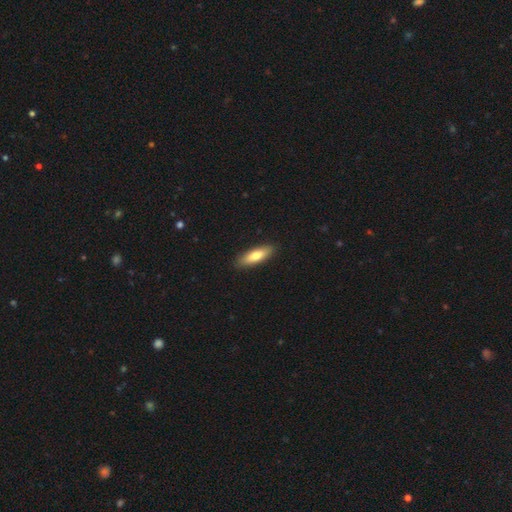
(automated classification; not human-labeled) A smooth galaxy with no disk features (75%) that is cigar-shaped (49%, tied with in between). Merging: none (90%).